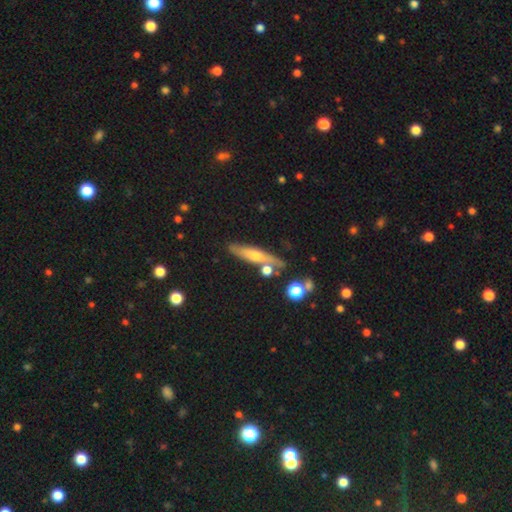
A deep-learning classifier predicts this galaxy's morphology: A featured or disk galaxy (52%) viewed edge-on (81%). Merging: none (75%).